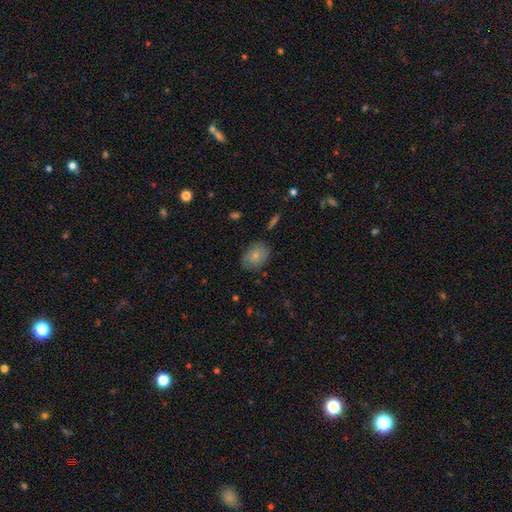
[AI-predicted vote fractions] smooth 79%, featured or disk 13%, star or artifact 8%. Down the decision tree: how rounded — in between (72%); merging — none (77%).